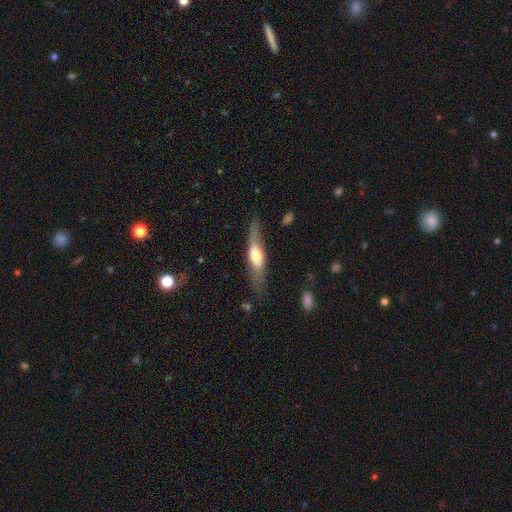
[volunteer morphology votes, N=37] A featured or disk galaxy (51%) viewed edge-on (74%) with a rounded central bulge (93%). Merging: none (81%).